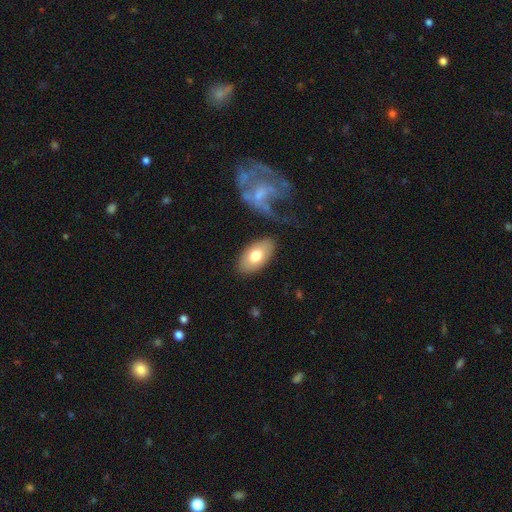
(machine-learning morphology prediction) Smooth or featured: smooth — 71% (featured or disk — 23%)
How rounded: in between — 94% (round — 4%)
Merging: none — 81% (minor disturbance — 12%)